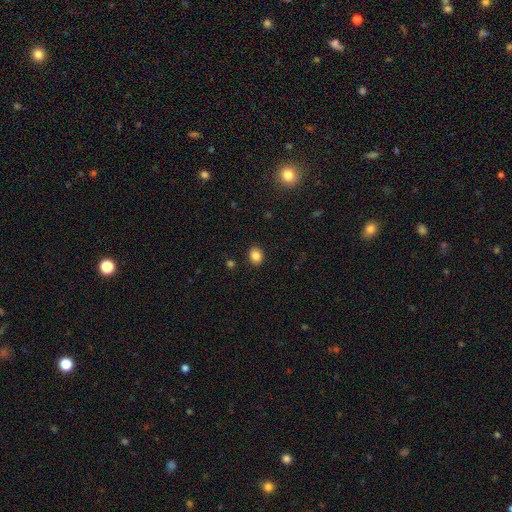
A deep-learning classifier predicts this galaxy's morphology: The model was most divided on "how rounded": in between: 53%, round: 46%, cigar-shaped: 1%. More confident: merging — none (89%); smooth or featured — smooth (85%).